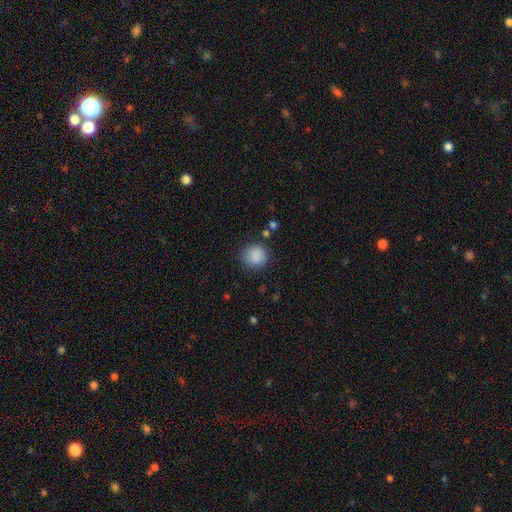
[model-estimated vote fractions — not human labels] Smooth or featured? Predicted: smooth (p=0.86). How rounded? Predicted: round (p=0.85). Merging? Predicted: none (p=0.82).